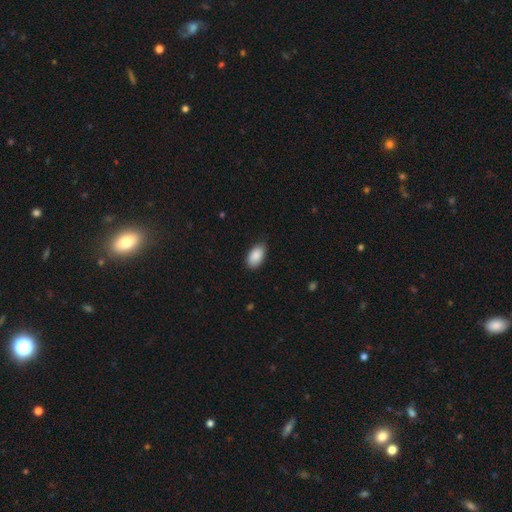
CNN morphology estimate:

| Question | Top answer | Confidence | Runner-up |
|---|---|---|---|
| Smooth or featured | smooth | 88% | star or artifact (7%) |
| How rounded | in between | 94% | round (5%) |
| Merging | none | 76% | minor disturbance (20%) |